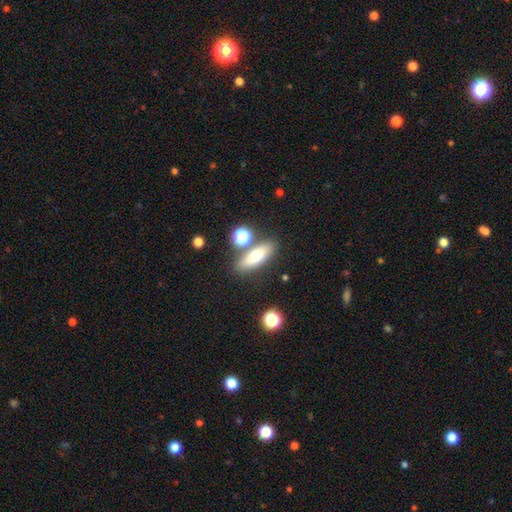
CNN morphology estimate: Smooth or featured? Predicted: smooth (p=0.72). How rounded? Predicted: in between (p=0.55). Merging? Predicted: none (p=0.74).